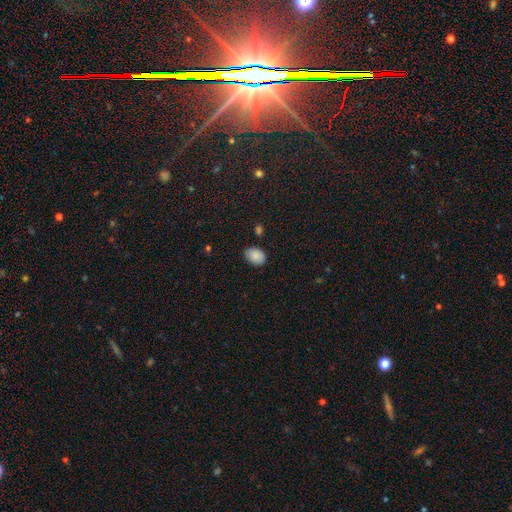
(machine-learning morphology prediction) Smooth or featured? Predicted: smooth (p=0.86). How rounded? Predicted: in between (p=0.75). Merging? Predicted: none (p=0.79).